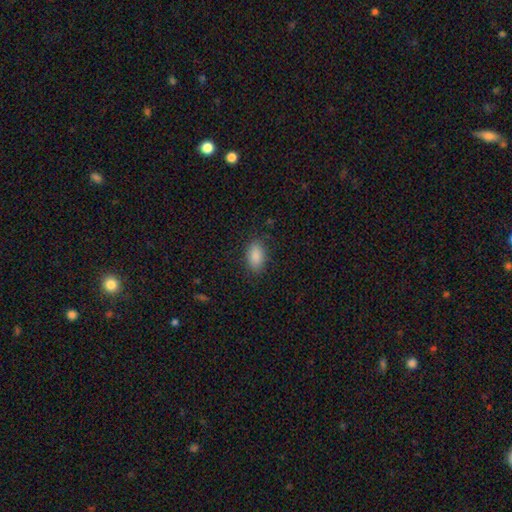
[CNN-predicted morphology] Overall: smooth (88%). How rounded: in between (92%). Merging: none (85%).